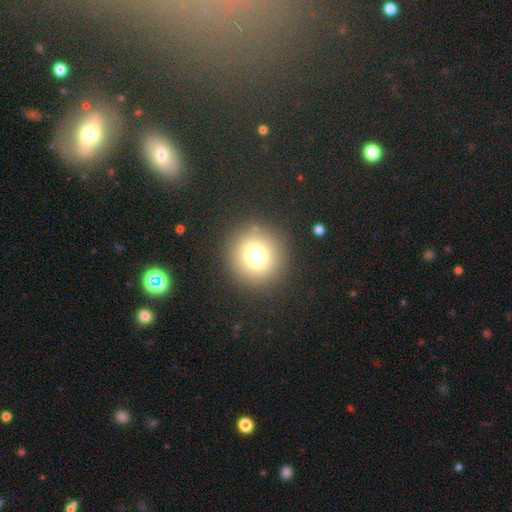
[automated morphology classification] The model was most divided on "smooth or featured": smooth: 71%, star or artifact: 19%, featured or disk: 10%. More confident: how rounded — round (92%); merging — none (86%).